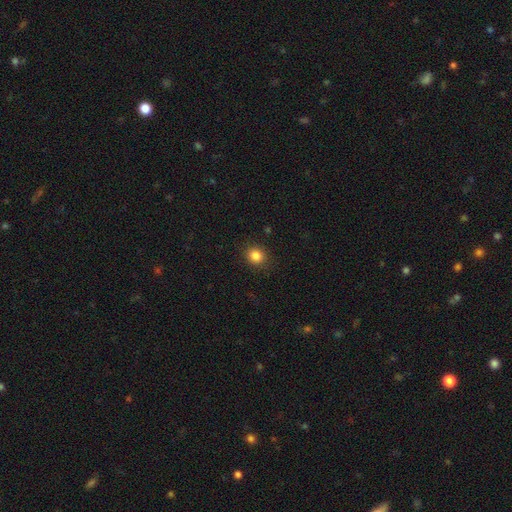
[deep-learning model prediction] Smooth or featured? smooth (84%)
How rounded? round (78%)
Merging? none (89%)